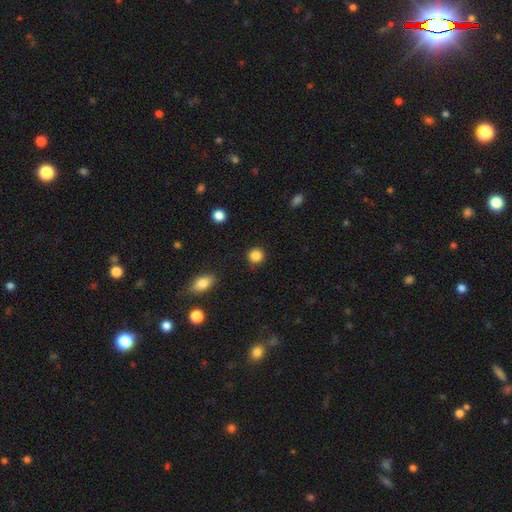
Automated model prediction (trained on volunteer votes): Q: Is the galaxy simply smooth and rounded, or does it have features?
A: smooth — 87%.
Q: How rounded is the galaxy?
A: round — 91%.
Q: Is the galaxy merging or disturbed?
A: none — 89%.